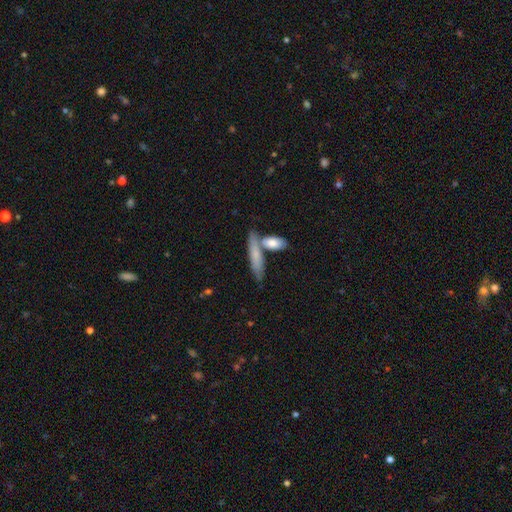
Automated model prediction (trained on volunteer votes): Q: Smooth or featured?
A: smooth (71%); runner-up: featured or disk (24%)
Q: How rounded?
A: cigar-shaped (67%); runner-up: in between (30%)
Q: Merging?
A: none (56%); runner-up: merger (27%)